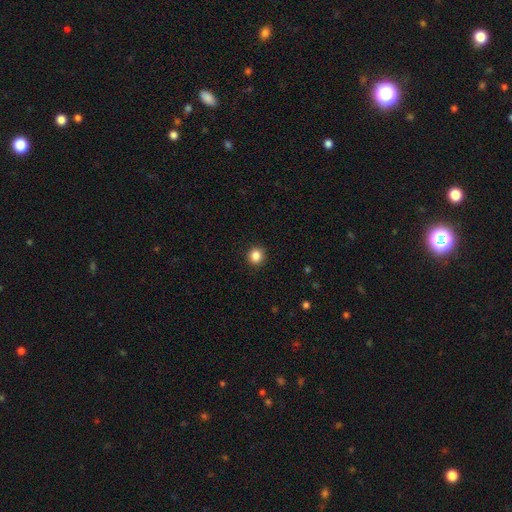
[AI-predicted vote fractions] This is clearly a smooth galaxy (86%). How rounded: clearly round (90%). Merging: clearly none (92%).